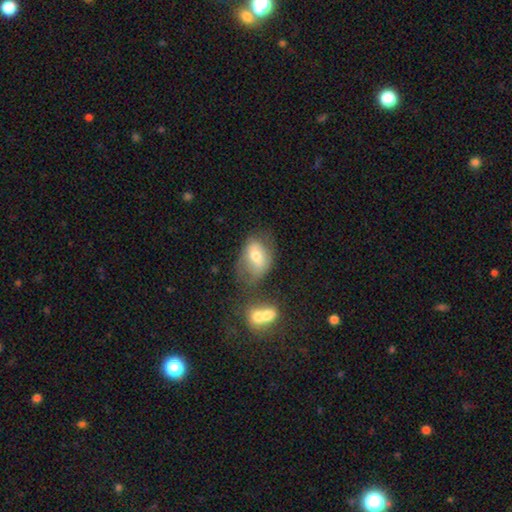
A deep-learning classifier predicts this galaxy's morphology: A smooth galaxy with no disk features (56%) that is in between round and cigar-shaped (78%). Merging: none (38%).